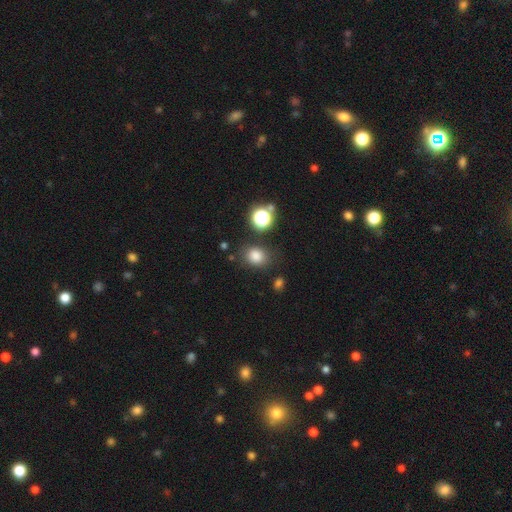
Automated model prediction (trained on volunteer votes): Smooth or featured: smooth — 80% (star or artifact — 14%)
How rounded: round — 59% (in between — 40%)
Merging: none — 78% (minor disturbance — 13%)